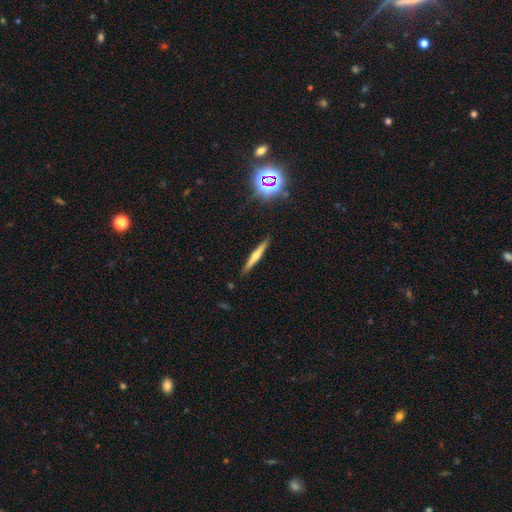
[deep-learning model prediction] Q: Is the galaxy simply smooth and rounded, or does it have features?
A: featured or disk — 54%.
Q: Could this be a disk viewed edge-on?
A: yes — 97%.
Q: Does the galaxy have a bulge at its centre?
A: rounded — 76%.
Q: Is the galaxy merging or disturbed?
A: none — 90%.